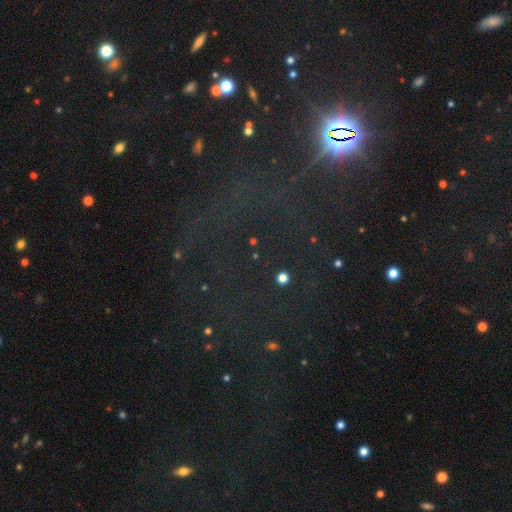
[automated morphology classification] smooth-or-featured: star or artifact: 73% | smooth: 16% | featured or disk: 11%